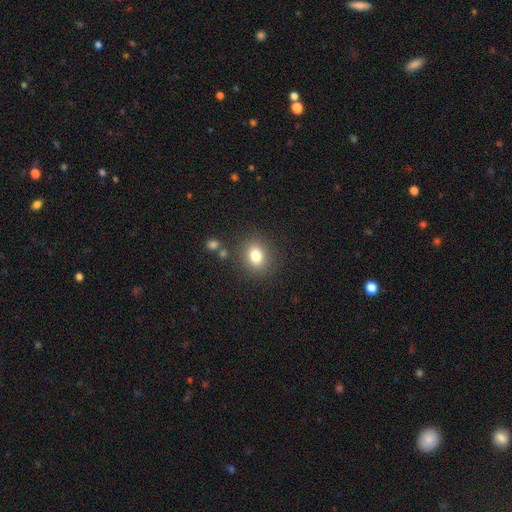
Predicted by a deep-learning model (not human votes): The model was most divided on "how rounded": round: 59%, in between: 40%, cigar-shaped: 1%. More confident: merging — none (84%); smooth or featured — smooth (80%).